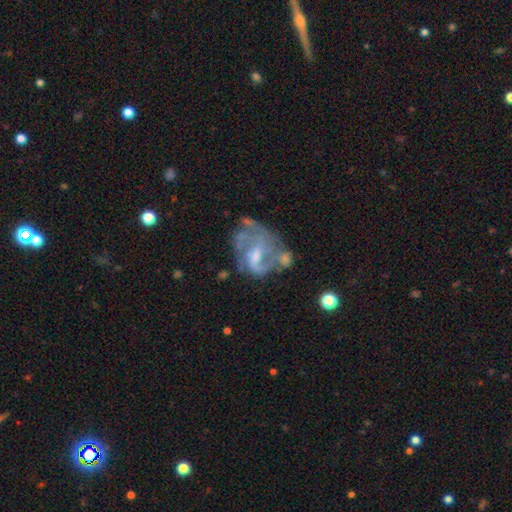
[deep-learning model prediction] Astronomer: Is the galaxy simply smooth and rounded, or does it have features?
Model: featured or disk — 78%.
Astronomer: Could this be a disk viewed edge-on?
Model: no — 98%.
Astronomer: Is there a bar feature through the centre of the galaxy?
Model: weak — 51% (runner-up: no, 36%).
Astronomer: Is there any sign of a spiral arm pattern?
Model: yes — 73%.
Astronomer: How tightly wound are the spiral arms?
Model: medium — 43% (runner-up: loose, 30%).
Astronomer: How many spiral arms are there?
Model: can't tell — 36% (runner-up: 2, 30%).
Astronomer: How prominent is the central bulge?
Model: small — 43% (runner-up: moderate, 35%).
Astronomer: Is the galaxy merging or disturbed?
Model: none — 36% (runner-up: major disturbance, 30%).